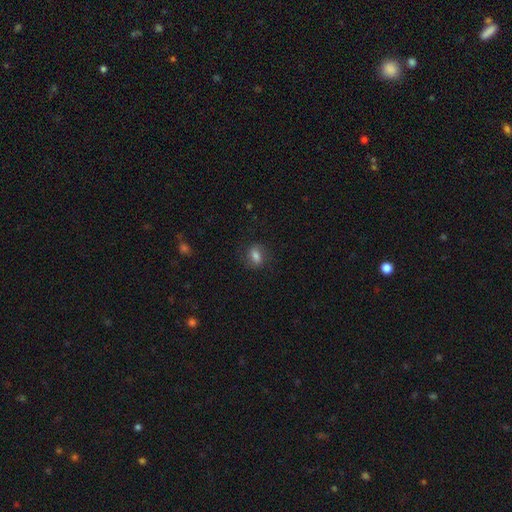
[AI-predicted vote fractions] smooth_or_featured: smooth (p=0.73) [alt: featured or disk p=0.17]
how_rounded: in between (p=0.70) [alt: round p=0.26]
merging: none (p=0.77) [alt: minor disturbance p=0.15]